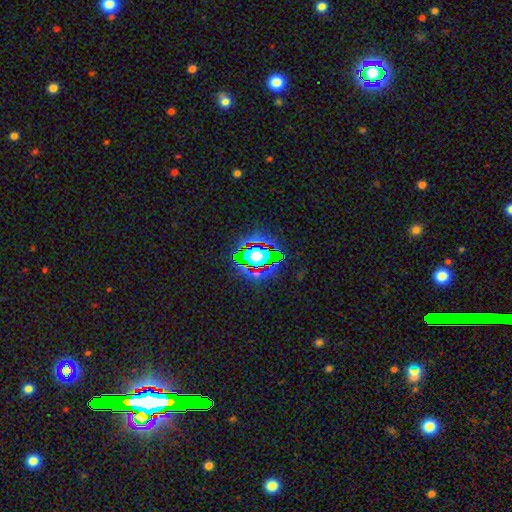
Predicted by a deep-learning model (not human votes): This is possibly a star or artifact rather than a galaxy (56%).